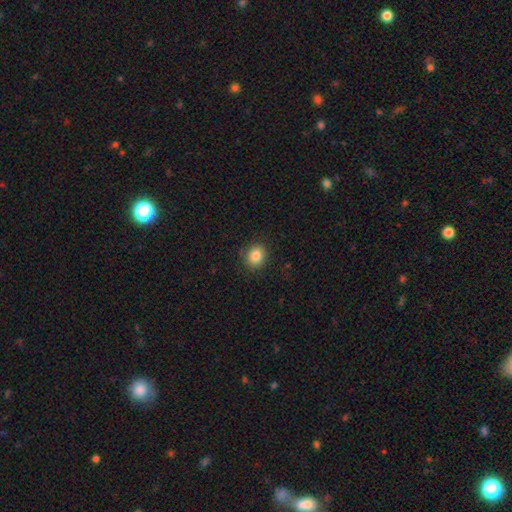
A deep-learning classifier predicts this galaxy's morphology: smooth 84%, star or artifact 10%, featured or disk 6%. Down the decision tree: how rounded — round (73%); merging — none (87%).